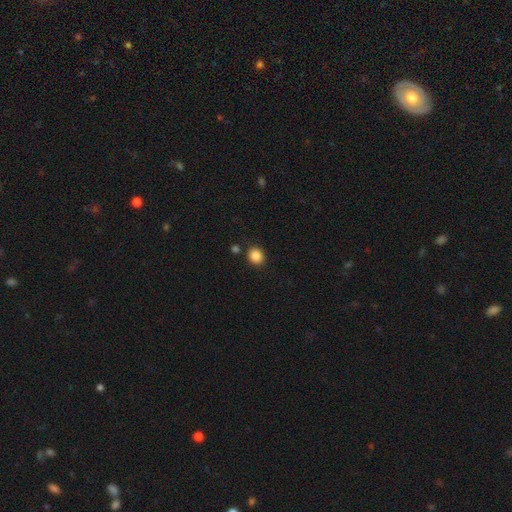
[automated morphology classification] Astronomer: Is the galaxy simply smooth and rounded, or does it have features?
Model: smooth — 87%.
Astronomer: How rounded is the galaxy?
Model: round — 74%.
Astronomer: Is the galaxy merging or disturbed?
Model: none — 86%.